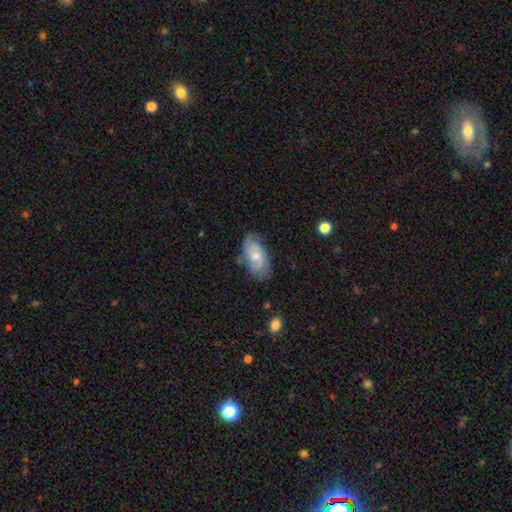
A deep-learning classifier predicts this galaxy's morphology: Smooth or featured?
  - featured or disk: 52% *
  - smooth: 42%
  - star or artifact: 6%
Edge-on disk?
  - no: 94% *
  - yes: 6%
Merging?
  - none: 69% *
  - minor disturbance: 23%
  - major disturbance: 6%
  - merger: 2%